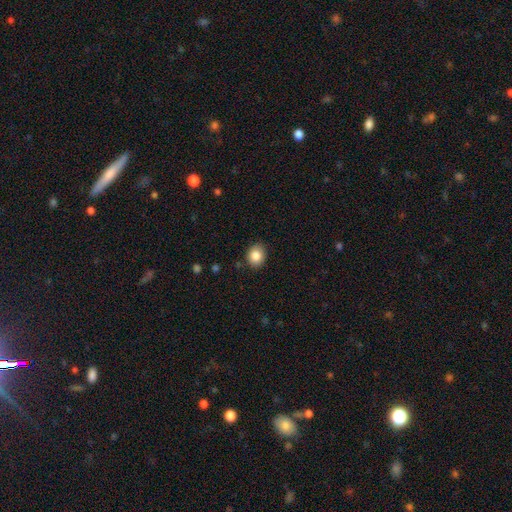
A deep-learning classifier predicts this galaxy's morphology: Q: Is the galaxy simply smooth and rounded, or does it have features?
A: smooth — 85%.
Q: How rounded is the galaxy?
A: round — 59%.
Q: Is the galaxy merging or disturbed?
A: none — 87%.